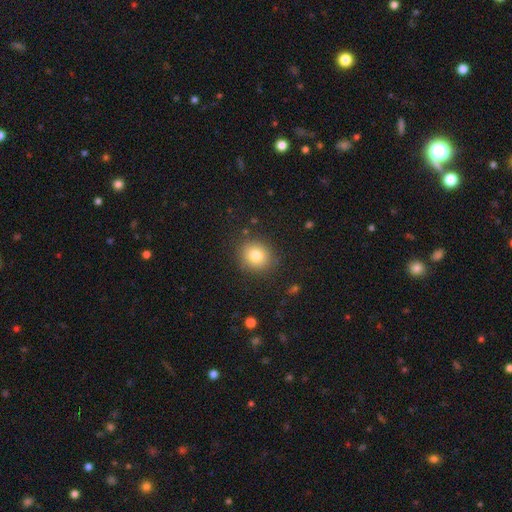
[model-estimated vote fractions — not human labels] Morphology: type=smooth (79%); roundness=round (82%); merging=none (87%).